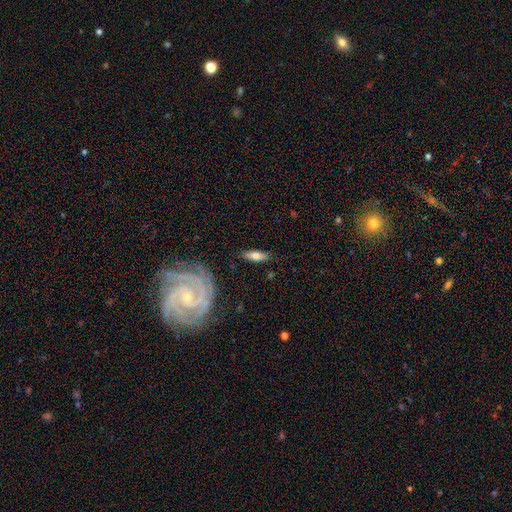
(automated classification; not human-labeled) The model was most divided on "how rounded": in between: 54%, cigar-shaped: 44%, round: 3%. More confident: merging — none (82%); smooth or featured — smooth (58%).